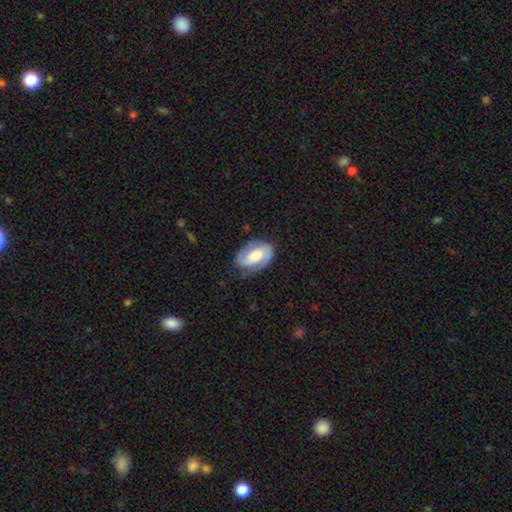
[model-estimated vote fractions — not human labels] Q: Smooth or featured?
A: featured or disk (67%); runner-up: smooth (27%)
Q: Edge-on disk?
A: no (97%); runner-up: yes (3%)
Q: Bar?
A: no (53%); runner-up: weak (35%)
Q: Spiral arms?
A: yes (90%); runner-up: no (10%)
Q: Spiral winding?
A: tight (45%); runner-up: medium (40%)
Q: Spiral arm count?
A: 2 (78%); runner-up: can't tell (10%)
Q: Bulge size?
A: large (37%); runner-up: moderate (34%)
Q: Merging?
A: none (67%); runner-up: minor disturbance (22%)